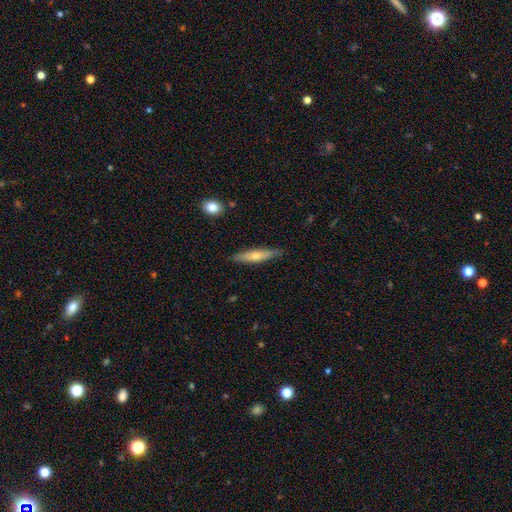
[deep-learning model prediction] This appears to be a smooth galaxy with no disk features (49%). Merging: none (86%).